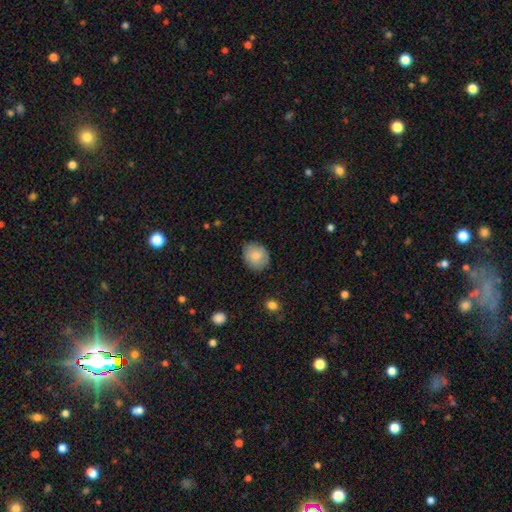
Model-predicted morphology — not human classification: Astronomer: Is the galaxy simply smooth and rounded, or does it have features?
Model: smooth — 83%.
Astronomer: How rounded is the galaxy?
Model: round — 63%.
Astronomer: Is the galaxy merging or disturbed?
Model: none — 83%.